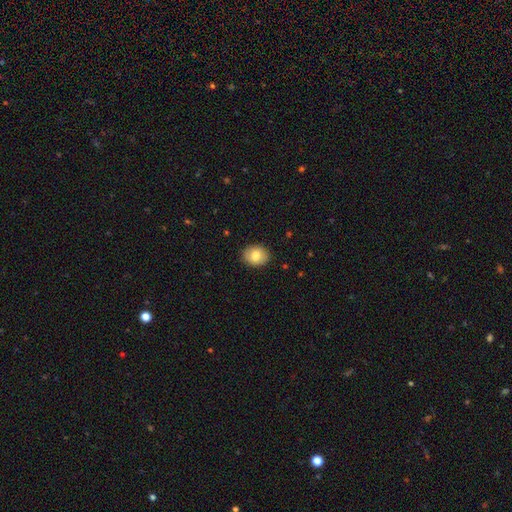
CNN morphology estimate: Smooth or featured? smooth (82%)
How rounded? in between (53%)
Merging? none (88%)